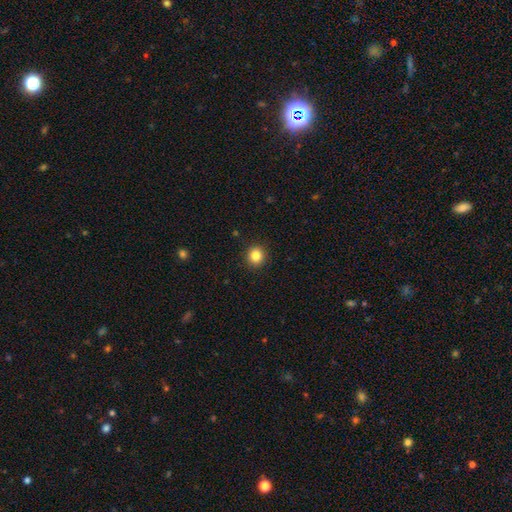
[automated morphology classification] Smooth or featured: smooth — 85% (star or artifact — 11%)
How rounded: round — 89% (in between — 10%)
Merging: none — 91% (minor disturbance — 6%)